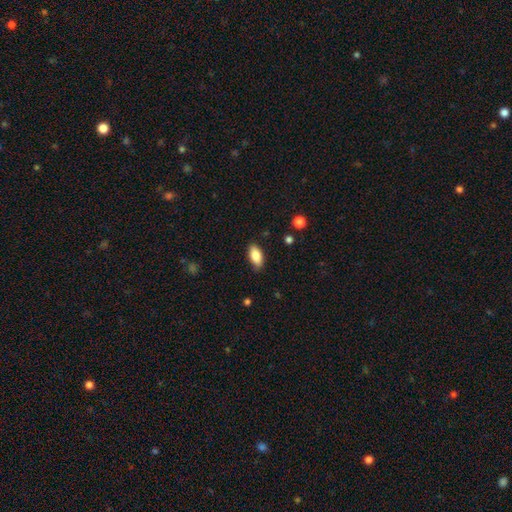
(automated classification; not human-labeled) Smooth or featured?
  - smooth: 86% *
  - featured or disk: 7%
  - star or artifact: 7%
How rounded?
  - in between: 92% *
  - cigar-shaped: 5%
  - round: 3%
Merging?
  - none: 84% *
  - minor disturbance: 12%
  - major disturbance: 2%
  - merger: 1%